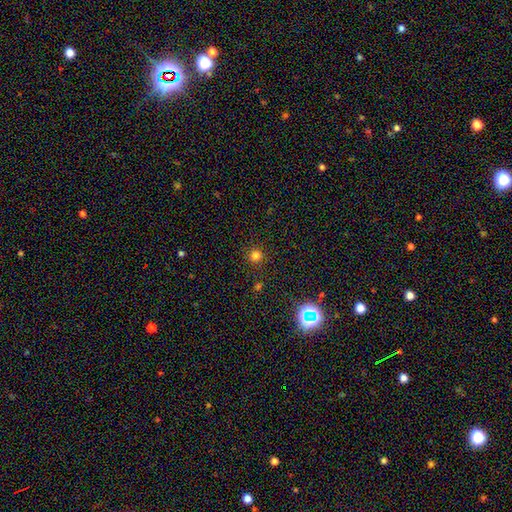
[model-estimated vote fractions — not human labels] Smooth or featured?
  - smooth: 76% *
  - star or artifact: 19%
  - featured or disk: 5%
How rounded?
  - round: 93% *
  - in between: 6%
  - cigar-shaped: 1%
Merging?
  - none: 89% *
  - minor disturbance: 6%
  - major disturbance: 2%
  - merger: 2%